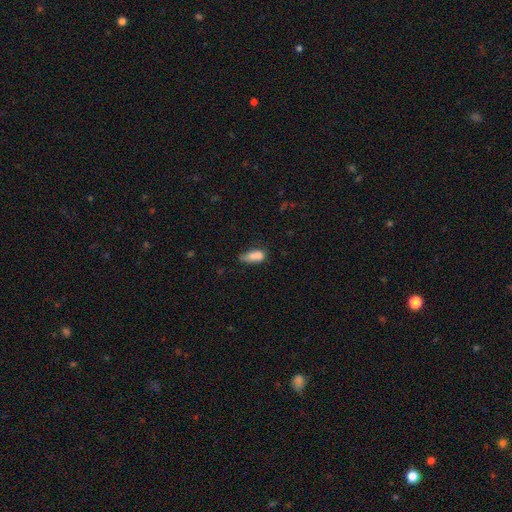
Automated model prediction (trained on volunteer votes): The model was most divided on "merging" (2-way tie): none: 31%, minor disturbance: 31%, merger: 20%, major disturbance: 18%. More confident: how rounded — in between (78%); smooth or featured — smooth (77%).